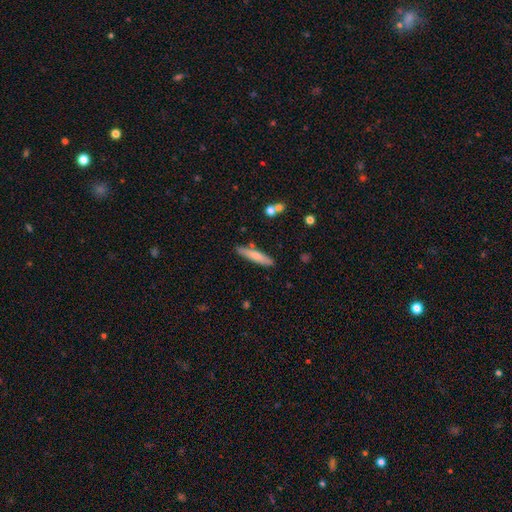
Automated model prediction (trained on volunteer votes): Smooth or featured: smooth — 72% (featured or disk — 22%)
How rounded: cigar-shaped — 86% (in between — 12%)
Merging: none — 83% (minor disturbance — 11%)